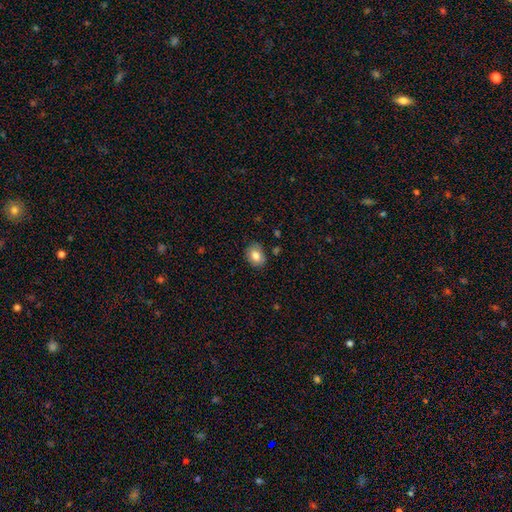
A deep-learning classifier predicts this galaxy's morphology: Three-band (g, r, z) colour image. It shows a smooth galaxy with no disk features (81%) that is in between round and cigar-shaped (61%). Merging: none (82%).